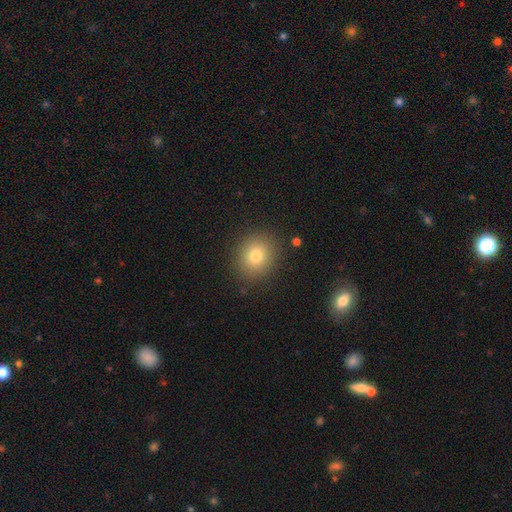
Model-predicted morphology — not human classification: smooth-or-featured: smooth: 78% | star or artifact: 13% | featured or disk: 10%
  how-rounded: round: 81% | in between: 18% | cigar-shaped: 1%
  merging: none: 88% | minor disturbance: 7% | major disturbance: 3% | merger: 1%